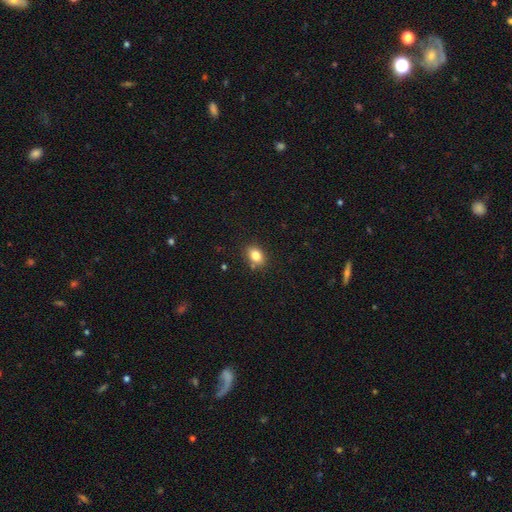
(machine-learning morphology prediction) Smooth or featured: smooth — 83% (star or artifact — 10%)
How rounded: in between — 72% (round — 27%)
Merging: none — 80% (minor disturbance — 12%)